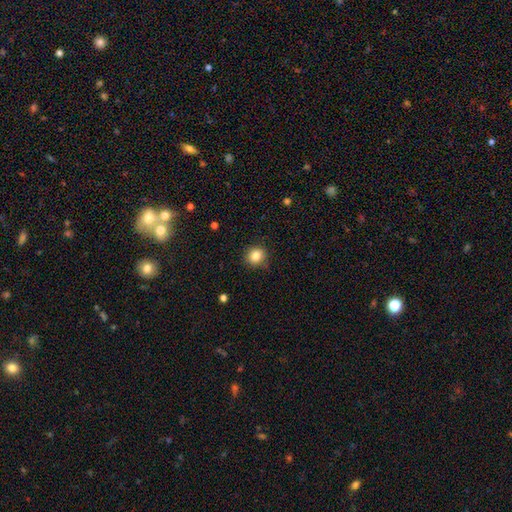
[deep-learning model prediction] This appears to be a smooth galaxy with no disk features (83%) that is round (82%). Merging: none (86%).